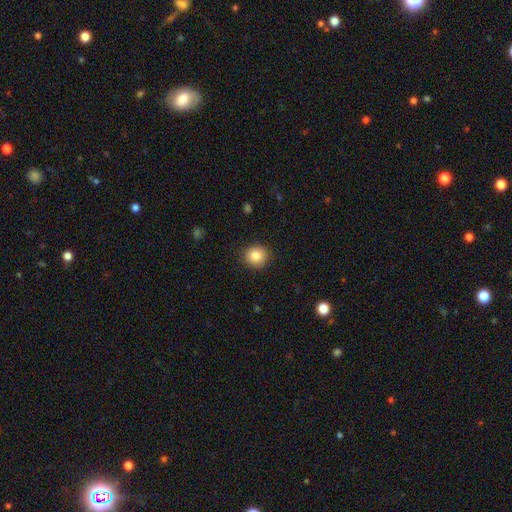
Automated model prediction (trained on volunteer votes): A smooth galaxy with no disk features (84%) that is round (89%).

Vote fractions:
- Smooth or featured? smooth: 84% / star or artifact: 10% / featured or disk: 6%
- How rounded? round: 89% / in between: 10% / cigar-shaped: 1%
- Merging? none: 90% / minor disturbance: 7% / major disturbance: 2% / merger: 1%